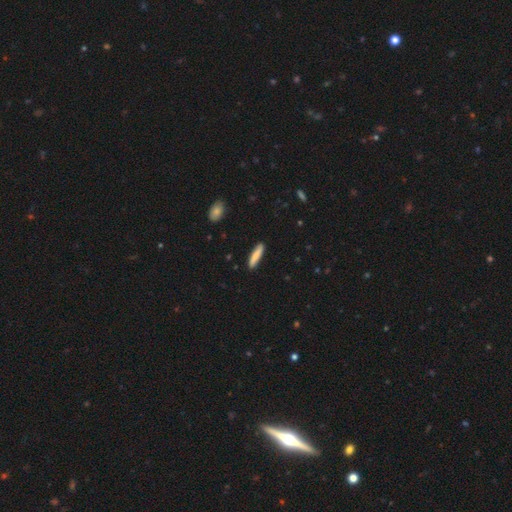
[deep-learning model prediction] This is clearly a smooth galaxy (81%). How rounded: clearly cigar-shaped (87%). Merging: clearly none (89%).